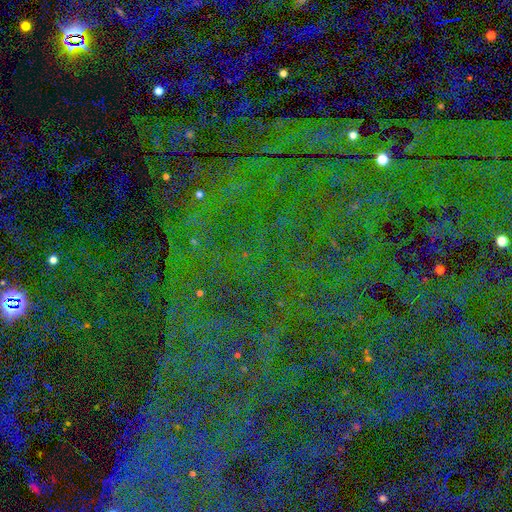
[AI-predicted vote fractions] Smooth or featured? Predicted: star or artifact (p=0.83).